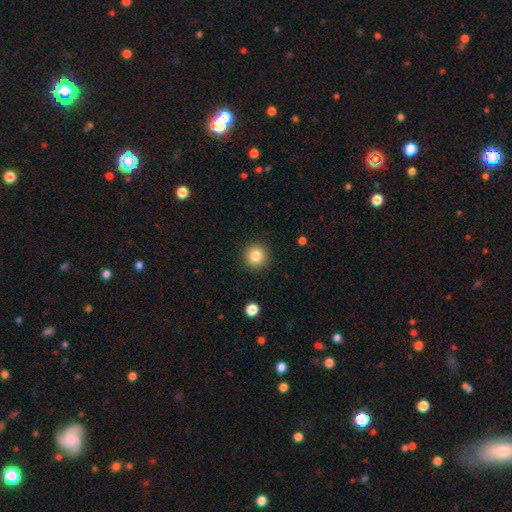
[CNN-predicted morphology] The model was most divided on "smooth or featured": smooth: 84%, star or artifact: 11%, featured or disk: 6%. More confident: how rounded — round (94%); merging — none (91%).